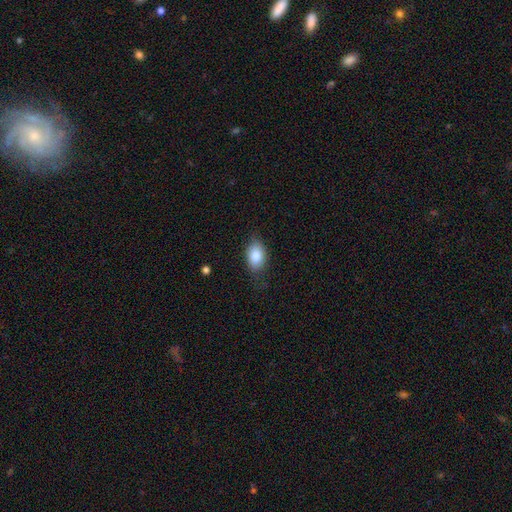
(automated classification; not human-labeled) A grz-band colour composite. It shows a smooth galaxy with no disk features (84%) that is in between round and cigar-shaped (86%). Merging: none (74%).